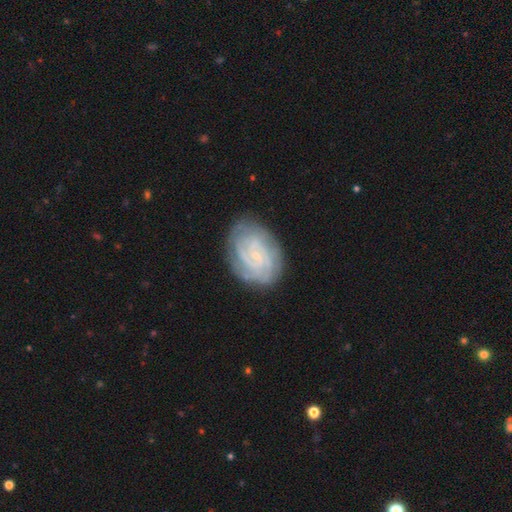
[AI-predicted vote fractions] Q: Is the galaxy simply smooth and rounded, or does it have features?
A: featured or disk — 81%.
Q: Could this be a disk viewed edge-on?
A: no — 97%.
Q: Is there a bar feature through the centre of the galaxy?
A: no — 60%.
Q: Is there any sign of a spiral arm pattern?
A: yes — 96%.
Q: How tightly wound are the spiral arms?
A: tight — 76%.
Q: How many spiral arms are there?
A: can't tell — 34%.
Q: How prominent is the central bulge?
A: small — 81%.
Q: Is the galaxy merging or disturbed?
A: none — 80%.